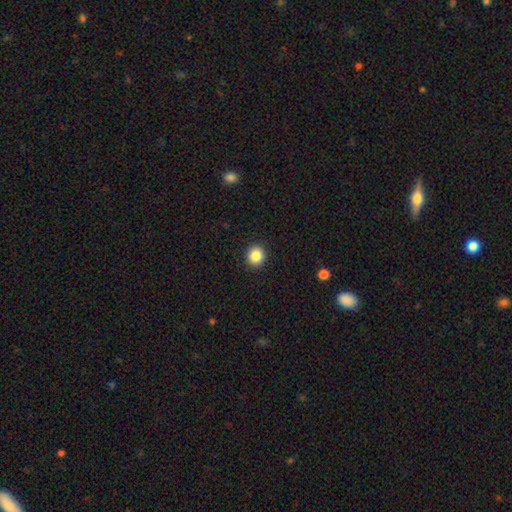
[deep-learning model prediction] smooth_or_featured: smooth (p=0.86) [alt: star or artifact p=0.10]
how_rounded: round (p=0.86) [alt: in between p=0.13]
merging: none (p=0.92) [alt: minor disturbance p=0.05]